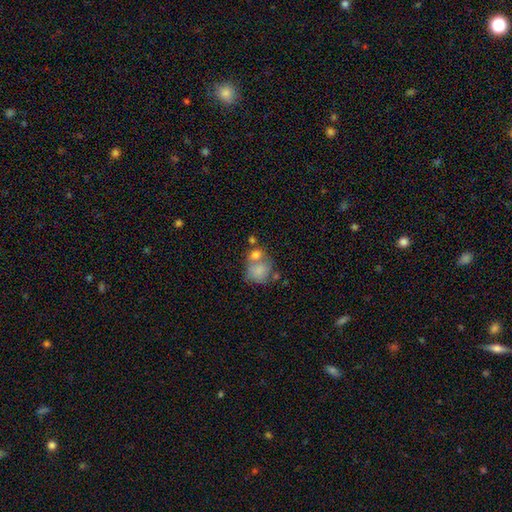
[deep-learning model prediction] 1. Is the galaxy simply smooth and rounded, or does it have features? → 68% smooth, 22% featured or disk, 10% star or artifact.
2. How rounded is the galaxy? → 64% round, 35% in between, 1% cigar-shaped.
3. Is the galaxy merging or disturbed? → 47% merger, 30% none, 14% minor disturbance, 10% major disturbance.